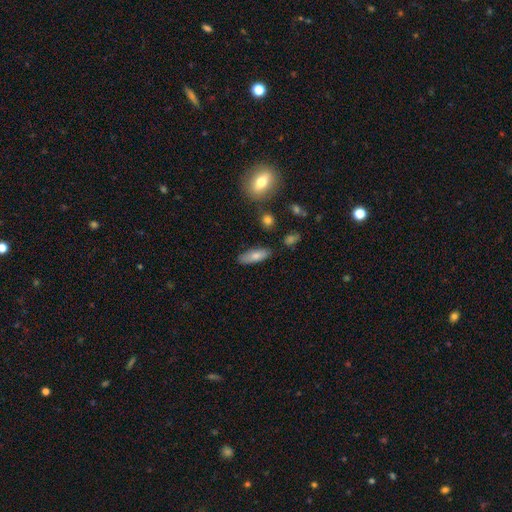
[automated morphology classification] A smooth galaxy with no disk features (77%) that is in between round and cigar-shaped (65%).

Vote fractions:
- Smooth or featured? smooth: 77% / featured or disk: 16% / star or artifact: 8%
- How rounded? in between: 65% / cigar-shaped: 32% / round: 3%
- Merging? none: 83% / minor disturbance: 11% / merger: 3% / major disturbance: 3%